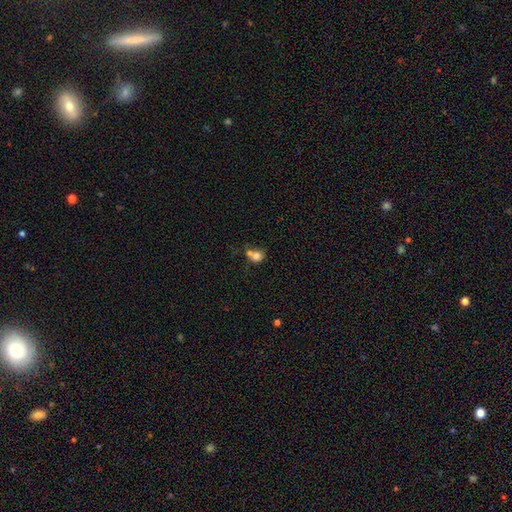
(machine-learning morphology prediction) smooth-or-featured: smooth: 77% | featured or disk: 12% | star or artifact: 11%
  how-rounded: round: 73% | in between: 26% | cigar-shaped: 1%
  merging: merger: 44% | none: 38% | minor disturbance: 12% | major disturbance: 6%